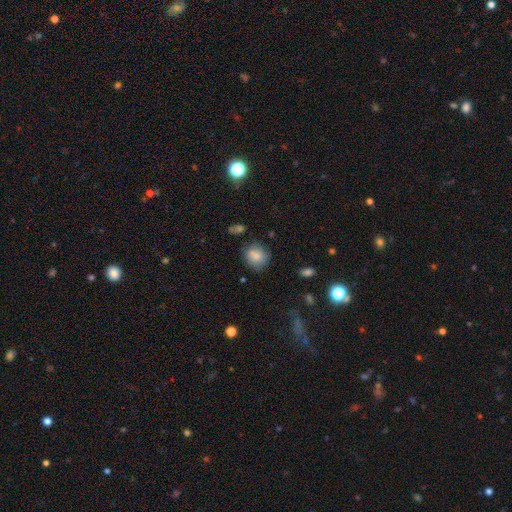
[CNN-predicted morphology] This appears to be a smooth galaxy with no disk features (79%) that is round (77%). Merging: none (70%).